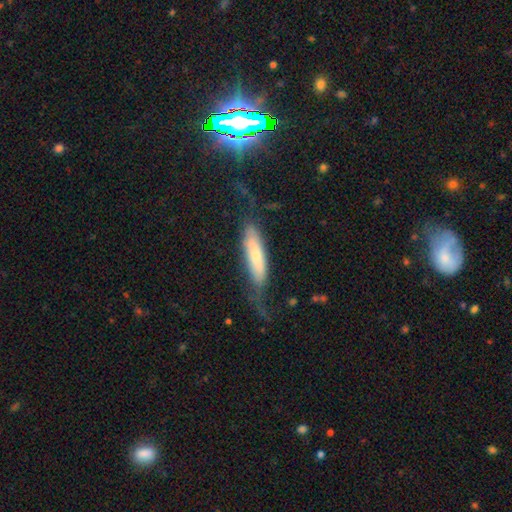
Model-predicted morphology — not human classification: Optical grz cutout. It shows a smooth galaxy with no disk features (51%) that is cigar-shaped (69%). Merging: none (50%).